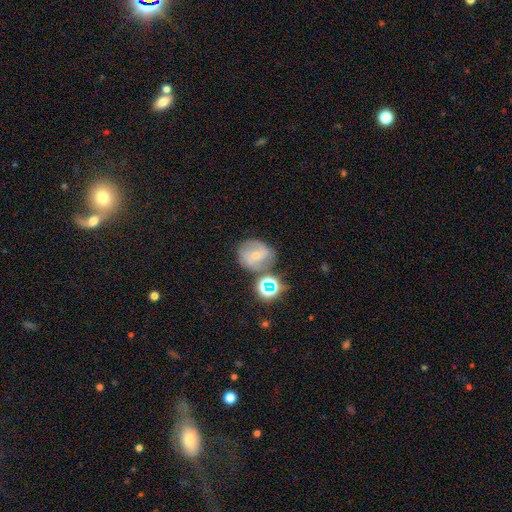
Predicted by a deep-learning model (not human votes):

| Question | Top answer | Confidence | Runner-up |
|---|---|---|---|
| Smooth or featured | featured or disk | 41% | tied: smooth (41%) |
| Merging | none | 58% | minor disturbance (18%) |